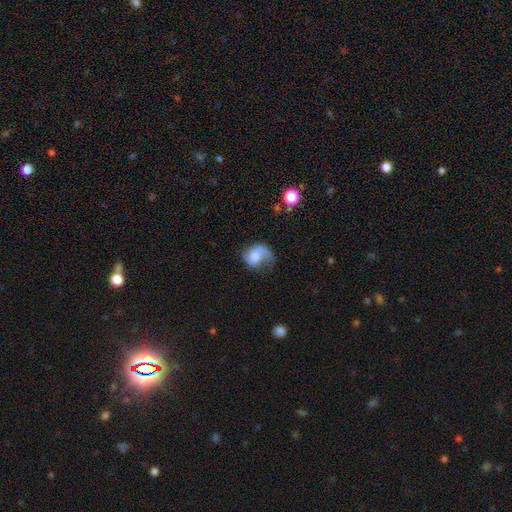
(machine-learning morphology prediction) type=featured or disk (51%); edge-on=no (97%); merging=none (39%).